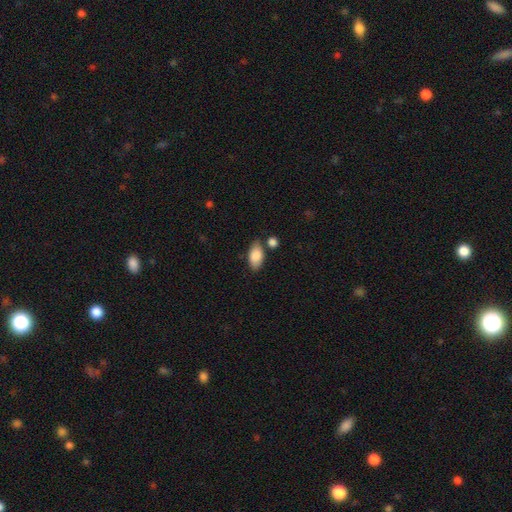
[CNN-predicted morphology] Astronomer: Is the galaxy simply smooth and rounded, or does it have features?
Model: smooth — 85%.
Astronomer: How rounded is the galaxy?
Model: in between — 92%.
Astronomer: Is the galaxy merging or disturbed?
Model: none — 68%.